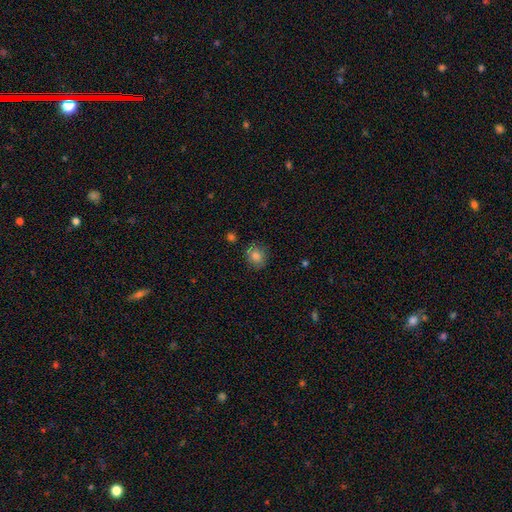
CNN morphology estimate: A smooth galaxy with no disk features (81%) that is round (69%). Merging: none (80%).